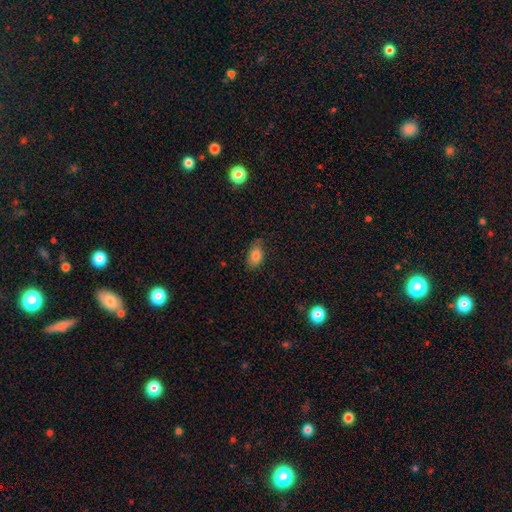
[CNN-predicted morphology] Smooth or featured? Predicted: smooth (p=0.84). How rounded? Predicted: in between (p=0.89). Merging? Predicted: none (p=0.73).